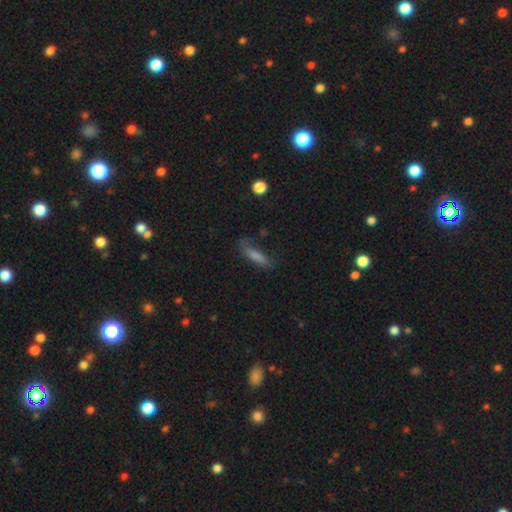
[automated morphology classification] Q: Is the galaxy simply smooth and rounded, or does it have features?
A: smooth — 63%.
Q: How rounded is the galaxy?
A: cigar-shaped — 66%.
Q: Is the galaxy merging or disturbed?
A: none — 59%.